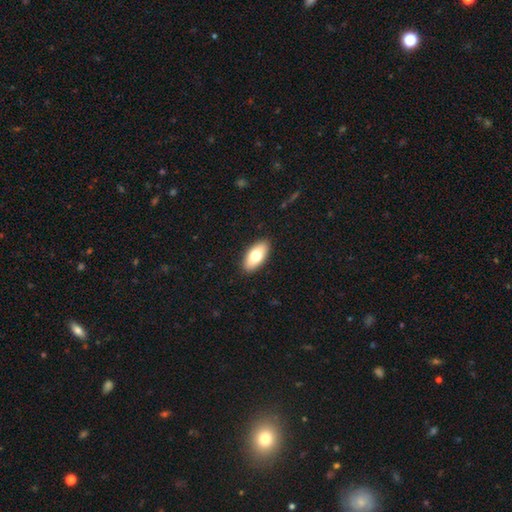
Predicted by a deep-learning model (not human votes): smooth 75%, featured or disk 19%, star or artifact 6%. Down the decision tree: how rounded — in between (91%); merging — none (90%).